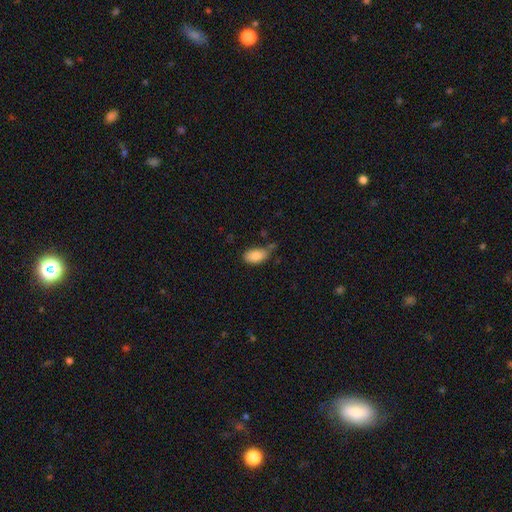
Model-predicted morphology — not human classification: smooth_or_featured: smooth (p=0.87) [alt: star or artifact p=0.07]
how_rounded: in between (p=0.93) [alt: round p=0.04]
merging: none (p=0.60) [alt: minor disturbance p=0.26]